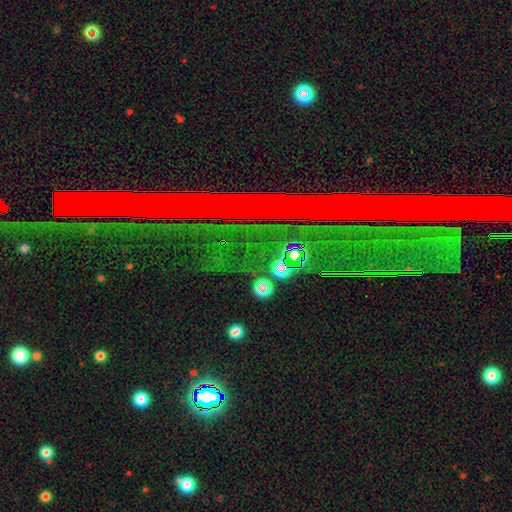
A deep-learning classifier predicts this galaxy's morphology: smooth-or-featured: star or artifact: 78% | smooth: 12% | featured or disk: 10%